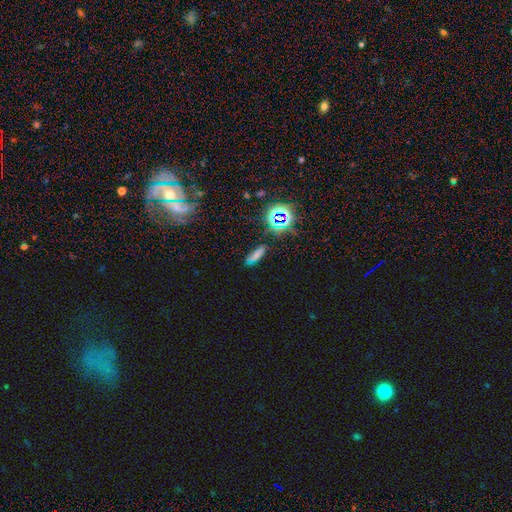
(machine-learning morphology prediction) A smooth galaxy with no disk features (58%) that is cigar-shaped (58%). Merging: none (72%).